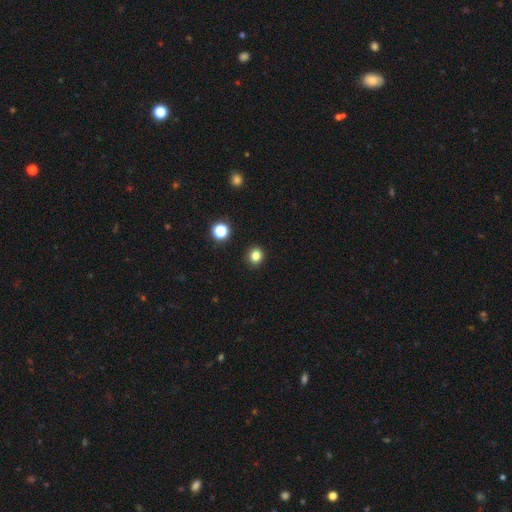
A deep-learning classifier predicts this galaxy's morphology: This appears to be a smooth galaxy with no disk features (82%) that is round (81%). Merging: none (91%).